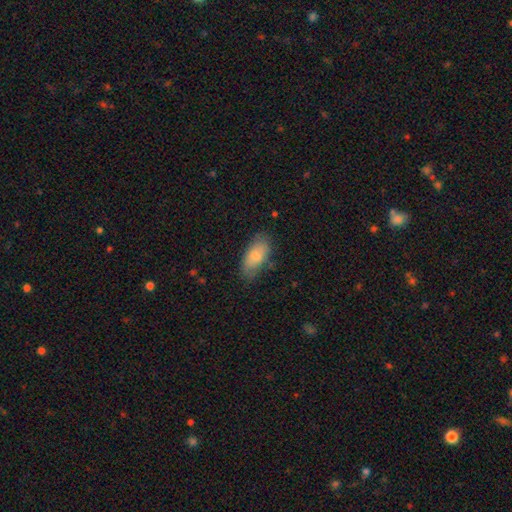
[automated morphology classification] A smooth galaxy with no disk features (79%) that is in between round and cigar-shaped (90%). Merging: none (72%).